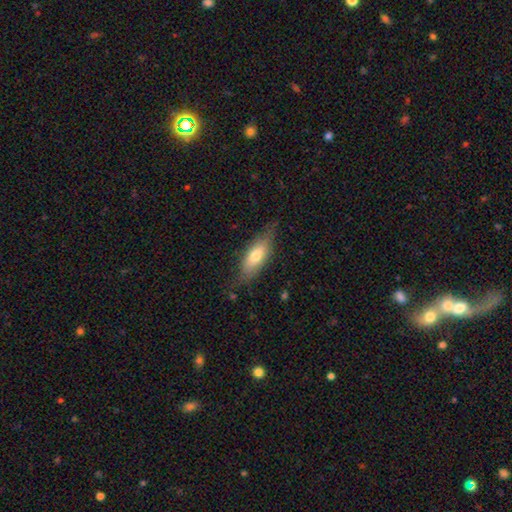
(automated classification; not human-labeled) This is likely a smooth galaxy (62%). How rounded: likely in between (63%). Merging: likely none (71%).